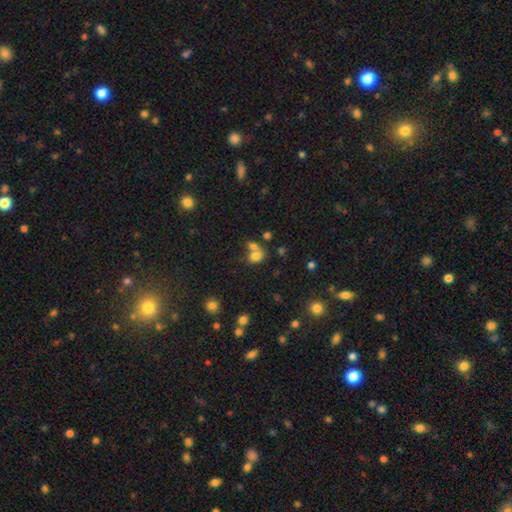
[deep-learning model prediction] smooth_or_featured: smooth (p=0.74) [alt: star or artifact p=0.14]
how_rounded: in between (p=0.55) [alt: round p=0.43]
merging: merger (p=0.53) [alt: none p=0.33]